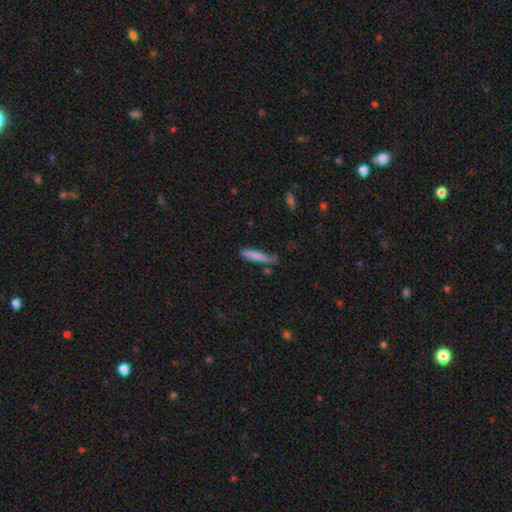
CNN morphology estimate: This is likely a smooth galaxy (78%). How rounded: clearly cigar-shaped (88%). Merging: likely none (62%).